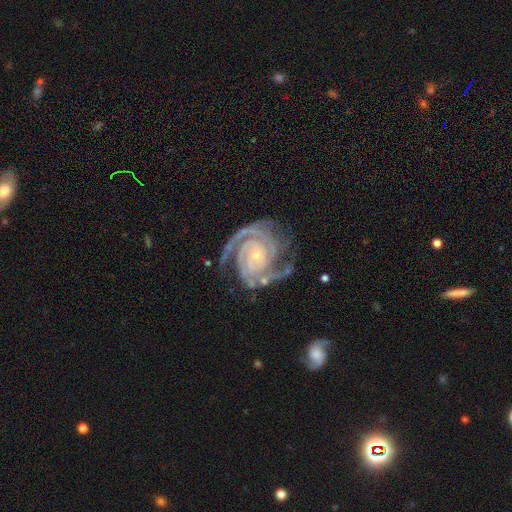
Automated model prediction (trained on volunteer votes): Overall: featured or disk (93%). Edge-on disk: no (98%). Bar: no (67%). Spiral arms: yes (99%). Spiral arm count: 2 (64%). Spiral winding: tight (77%). Bulge size: small (78%). Merging: none (69%).